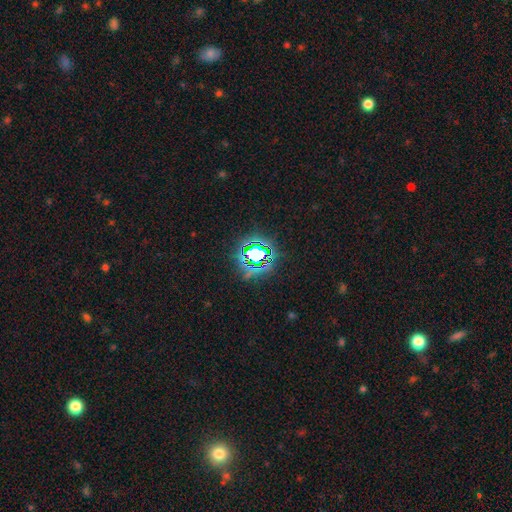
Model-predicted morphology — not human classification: Smooth or featured? Predicted: star or artifact (p=0.73).